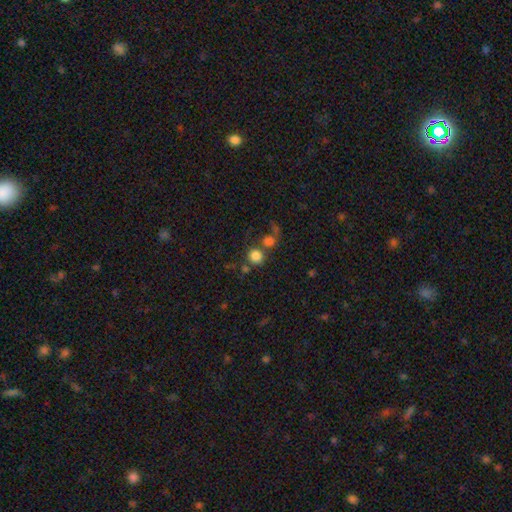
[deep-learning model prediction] smooth-or-featured: smooth: 81% | star or artifact: 12% | featured or disk: 6%
  how-rounded: round: 89% | in between: 10% | cigar-shaped: 1%
  merging: none: 65% | merger: 21% | minor disturbance: 9% | major disturbance: 5%